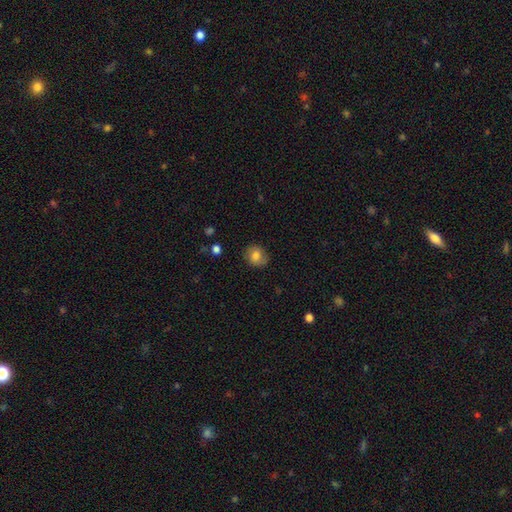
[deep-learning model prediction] This appears to be a smooth galaxy with no disk features (76%) that is round (70%). Merging: none (78%).